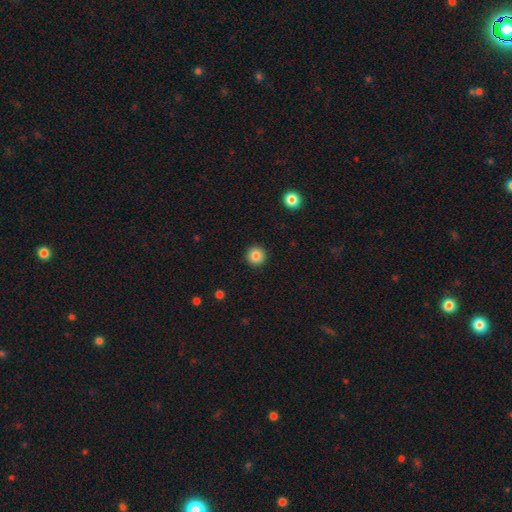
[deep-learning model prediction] Q: Smooth or featured?
A: smooth (85%); runner-up: star or artifact (10%)
Q: How rounded?
A: round (96%); runner-up: in between (3%)
Q: Merging?
A: none (93%); runner-up: minor disturbance (5%)